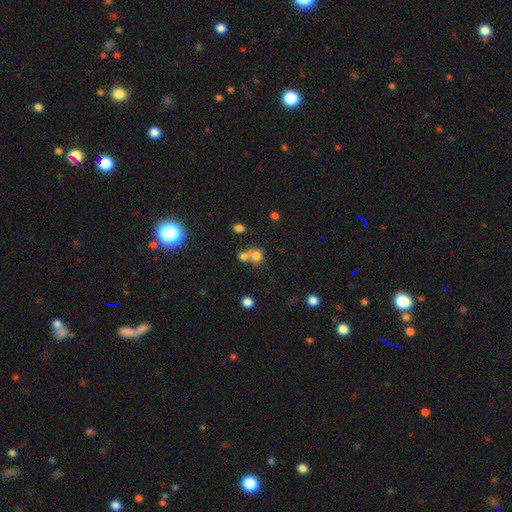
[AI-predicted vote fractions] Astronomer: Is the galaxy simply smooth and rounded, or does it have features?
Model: smooth — 74%.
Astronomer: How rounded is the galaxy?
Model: round — 76%.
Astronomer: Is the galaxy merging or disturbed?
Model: merger — 56% (runner-up: none, 32%).